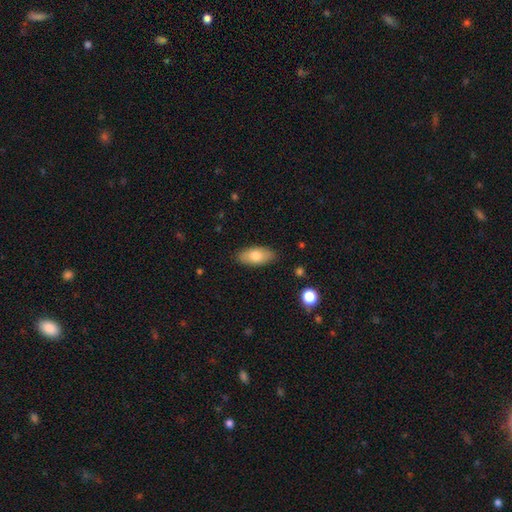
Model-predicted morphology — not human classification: The model was most divided on "smooth or featured": smooth: 74%, featured or disk: 19%, star or artifact: 7%. More confident: how rounded — in between (90%); merging — none (87%).